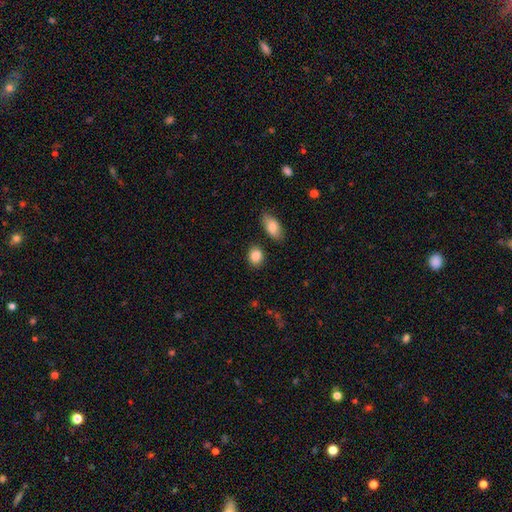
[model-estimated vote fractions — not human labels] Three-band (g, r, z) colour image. It shows a smooth galaxy with no disk features (88%) that is in between round and cigar-shaped (52%). Merging: none (81%).